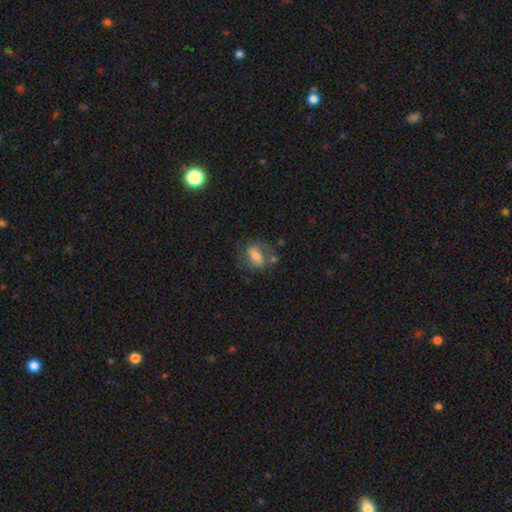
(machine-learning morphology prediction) A smooth galaxy with no disk features (50%) that is in between round and cigar-shaped (74%).

Vote fractions:
- Smooth or featured? smooth: 50% / featured or disk: 41% / star or artifact: 9%
- How rounded? in between: 74% / round: 22% / cigar-shaped: 5%
- Merging? none: 51% / minor disturbance: 22% / major disturbance: 17% / merger: 10%